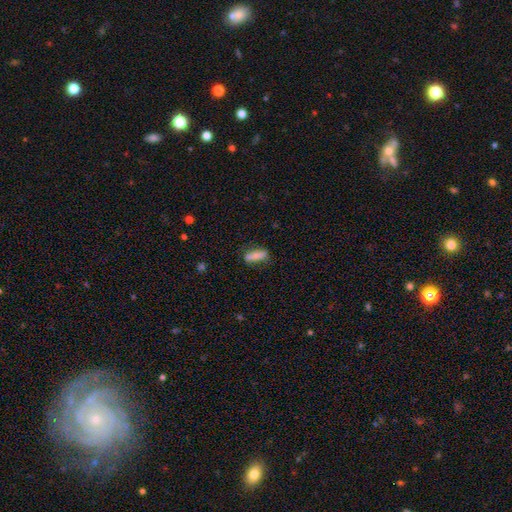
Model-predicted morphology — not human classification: Overall: smooth (73%). How rounded: cigar-shaped (50%; in between 47%). Merging: none (76%).